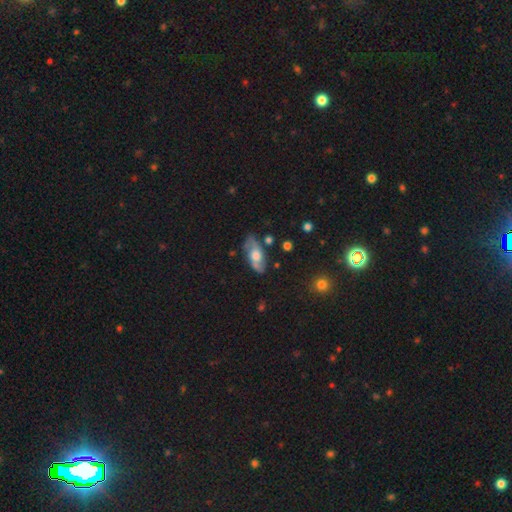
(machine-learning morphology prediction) Smooth or featured? Predicted: featured or disk (p=0.54). Edge-on disk? Predicted: no (p=0.78). Merging? Predicted: none (p=0.78).